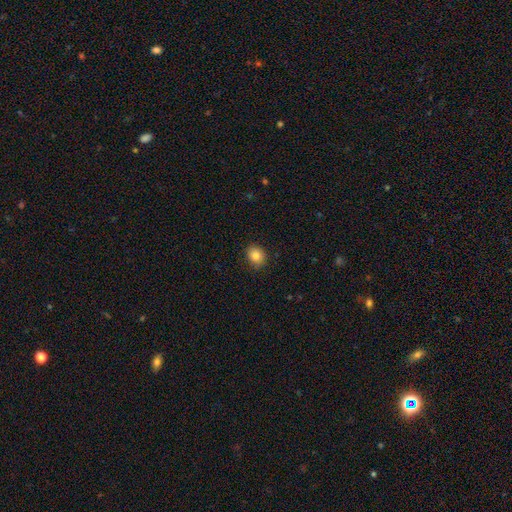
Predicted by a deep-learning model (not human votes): The model was most divided on "how rounded": round: 64%, in between: 35%, cigar-shaped: 1%. More confident: merging — none (85%); smooth or featured — smooth (84%).